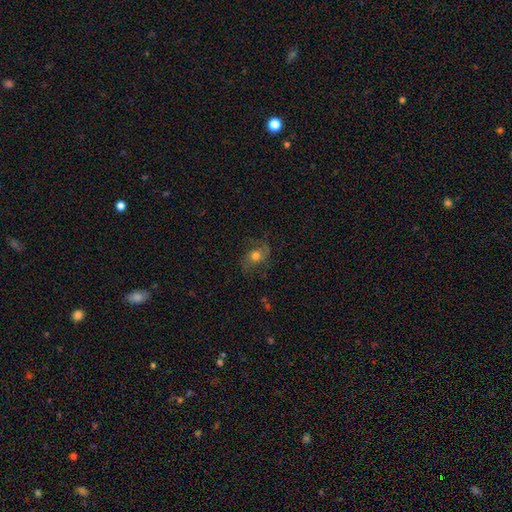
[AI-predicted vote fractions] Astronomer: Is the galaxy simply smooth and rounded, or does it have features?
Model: featured or disk — 54% (runner-up: smooth, 33%).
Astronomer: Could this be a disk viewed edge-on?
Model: no — 95%.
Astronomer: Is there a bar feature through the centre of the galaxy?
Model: no — 72%.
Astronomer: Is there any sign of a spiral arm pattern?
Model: yes — 85%.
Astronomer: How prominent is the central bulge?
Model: moderate — 66%.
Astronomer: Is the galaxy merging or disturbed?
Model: none — 69%.